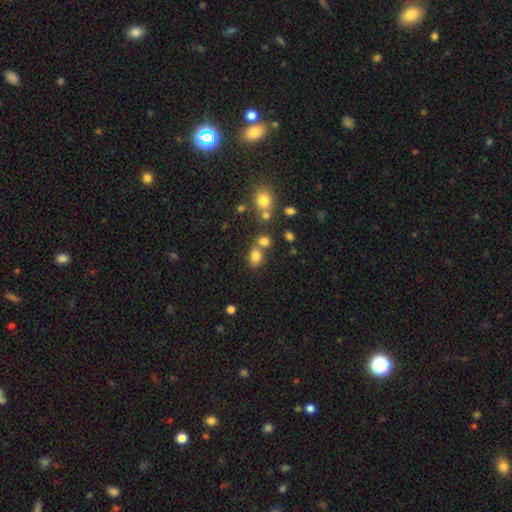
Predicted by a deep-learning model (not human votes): A smooth galaxy with no disk features (78%) that is in between round and cigar-shaped (53%). Merging: none (54%).